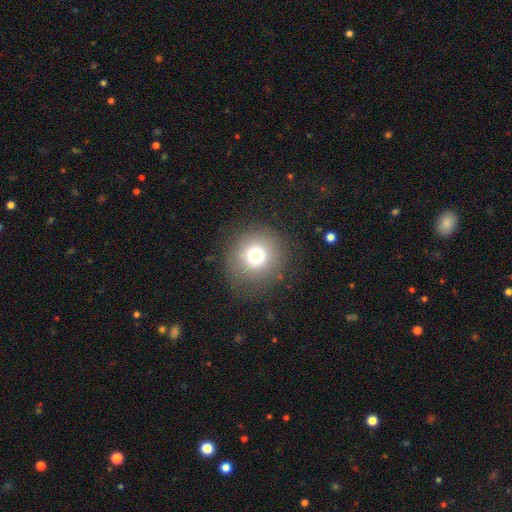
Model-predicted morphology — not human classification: smooth 74%, star or artifact 15%, featured or disk 11%. Down the decision tree: how rounded — round (93%); merging — none (84%).